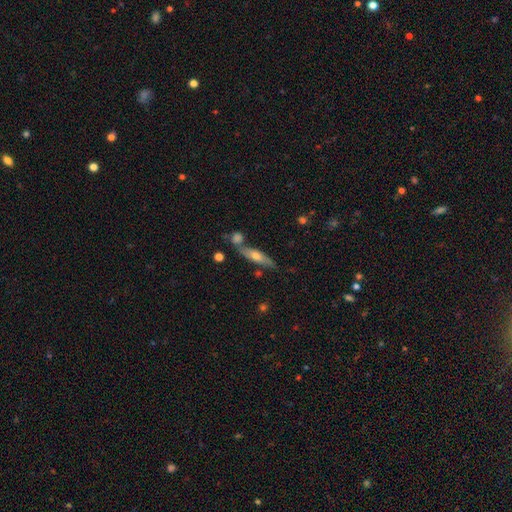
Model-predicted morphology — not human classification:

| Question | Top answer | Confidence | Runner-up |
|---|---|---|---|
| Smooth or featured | featured or disk | 51% | smooth (41%) |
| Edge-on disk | yes | 78% | no (22%) |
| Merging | none | 66% | merger (16%) |